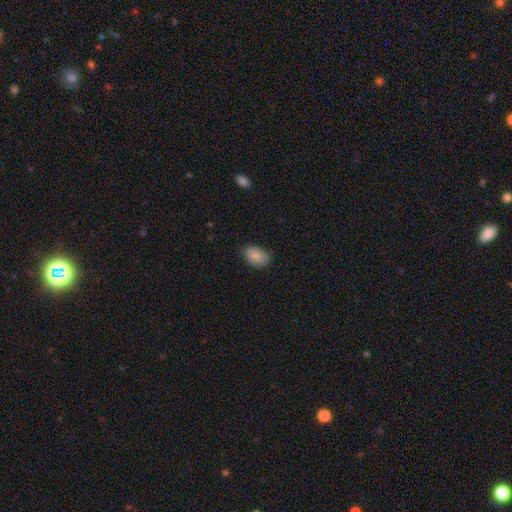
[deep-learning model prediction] This is clearly a smooth galaxy (87%). How rounded: clearly in between (89%). Merging: likely none (78%).